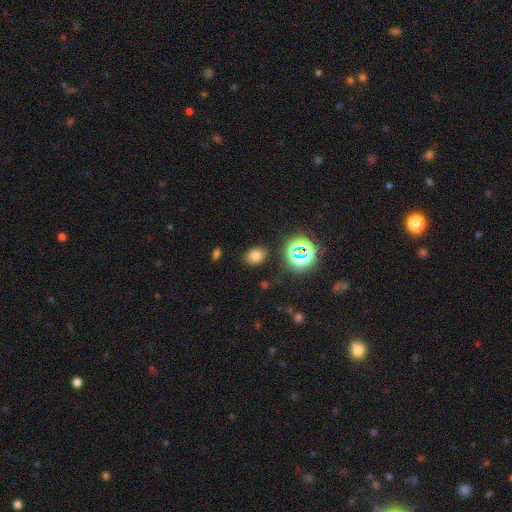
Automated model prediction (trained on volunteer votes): This is likely a smooth galaxy (71%). How rounded: likely in between (63%). Merging: clearly none (85%).